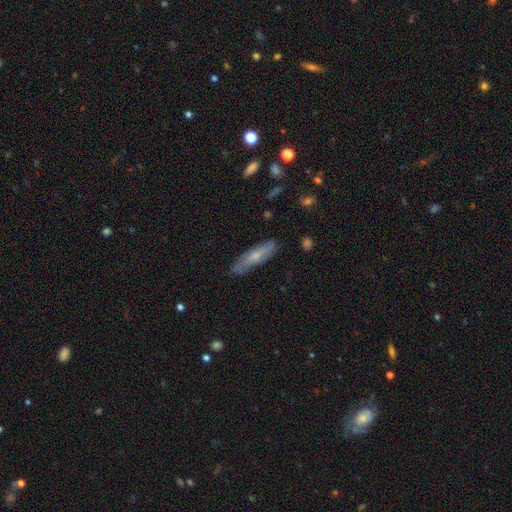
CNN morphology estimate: This is possibly a smooth galaxy (56%). How rounded: likely cigar-shaped (74%). Merging: likely none (79%).